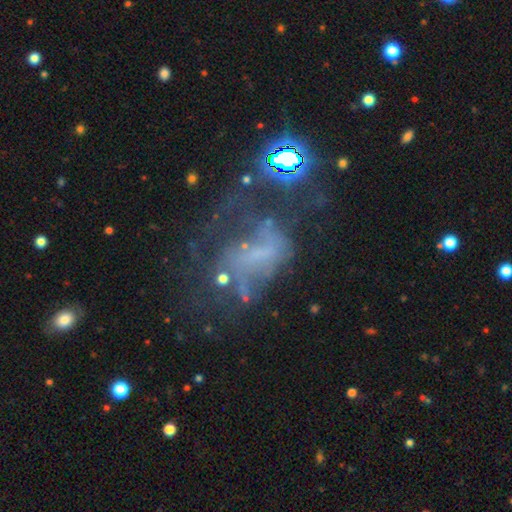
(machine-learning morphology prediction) smooth_or_featured: featured or disk (p=0.49) [alt: star or artifact p=0.31]
merging: major disturbance (p=0.45) [alt: none p=0.29]